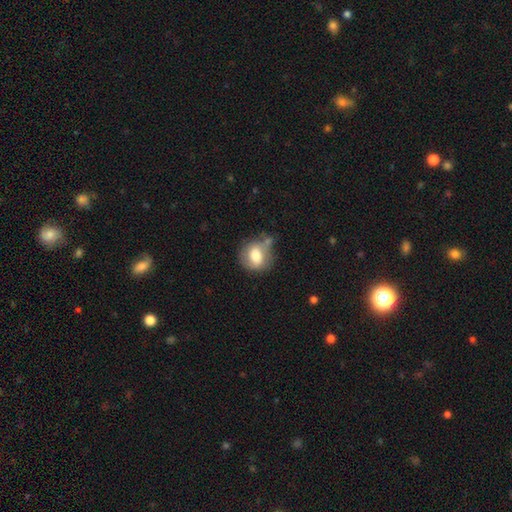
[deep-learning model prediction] A smooth galaxy with no disk features (67%) that is round (69%). Merging: none (51%).